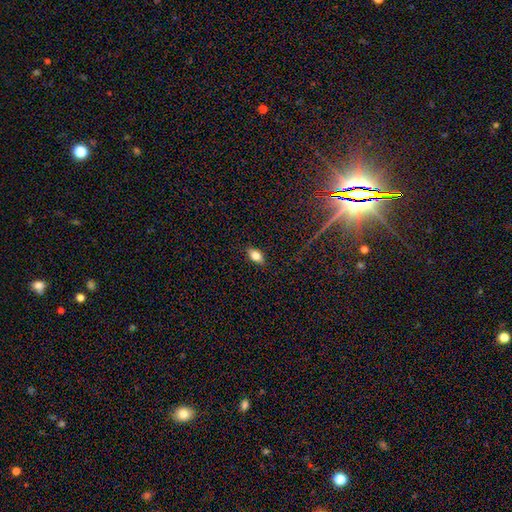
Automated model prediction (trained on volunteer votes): smooth-or-featured: smooth: 78% | featured or disk: 12% | star or artifact: 9%
  how-rounded: in between: 89% | cigar-shaped: 6% | round: 6%
  merging: none: 87% | minor disturbance: 10% | major disturbance: 2% | merger: 1%